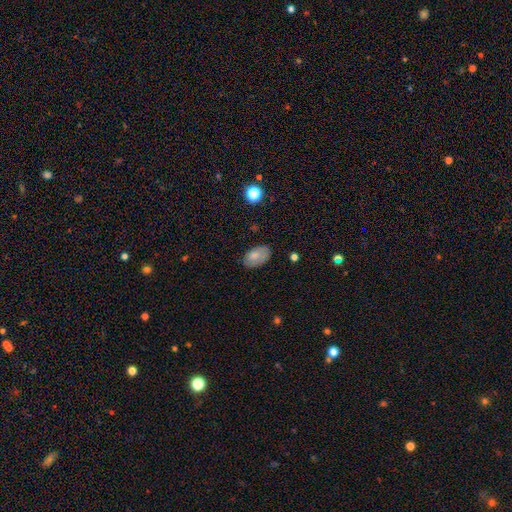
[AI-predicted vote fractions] smooth_or_featured: smooth (p=0.72) [alt: featured or disk p=0.20]
how_rounded: in between (p=0.92) [alt: round p=0.07]
merging: none (p=0.76) [alt: minor disturbance p=0.18]